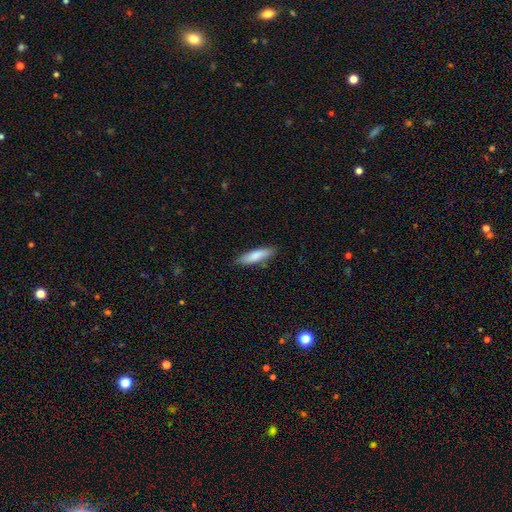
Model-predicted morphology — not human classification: This is clearly a smooth galaxy (81%). How rounded: likely cigar-shaped (67%). Merging: clearly none (83%).